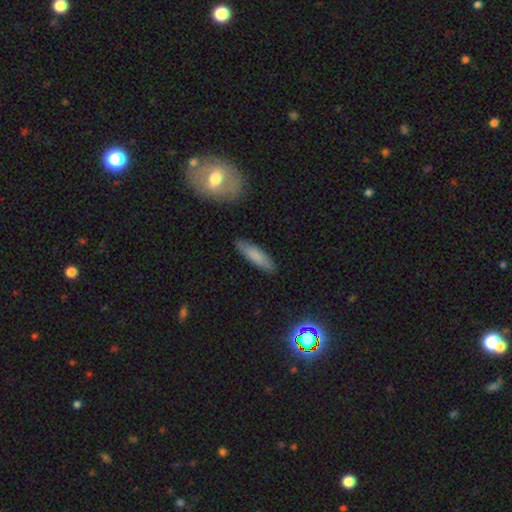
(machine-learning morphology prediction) Smooth or featured? Predicted: smooth (p=0.77). How rounded? Predicted: cigar-shaped (p=0.62). Merging? Predicted: none (p=0.86).